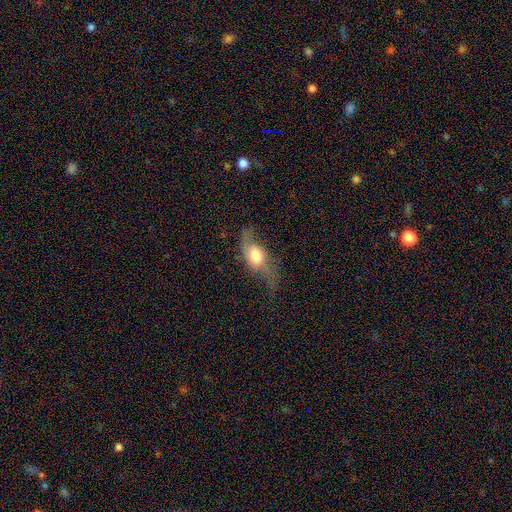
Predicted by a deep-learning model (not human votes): Morphology: type=featured or disk (53%); edge-on=no (76%); merging=none (37%).